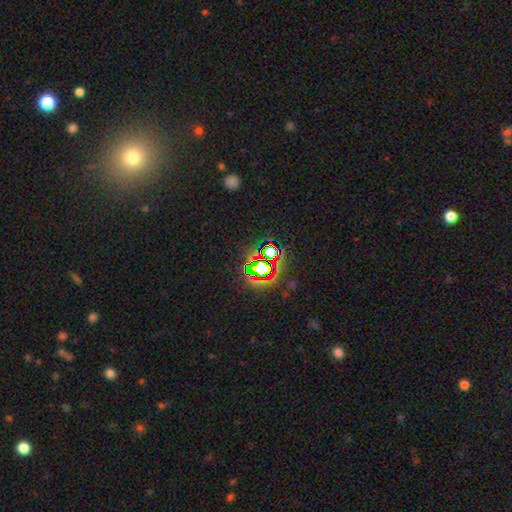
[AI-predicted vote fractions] Smooth or featured?
  - star or artifact: 78% *
  - smooth: 13%
  - featured or disk: 9%